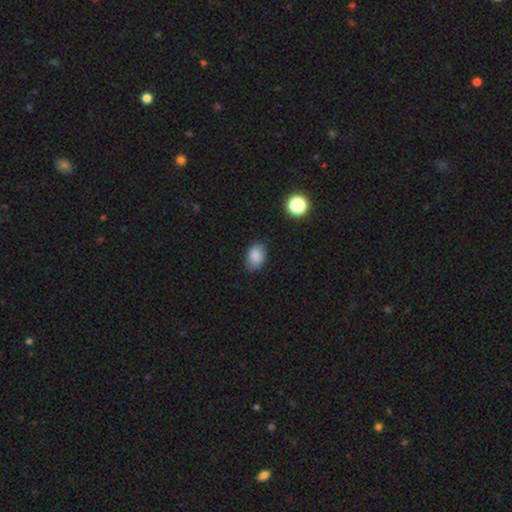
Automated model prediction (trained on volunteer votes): Morphology: type=smooth (86%); roundness=in between (80%); merging=none (81%).